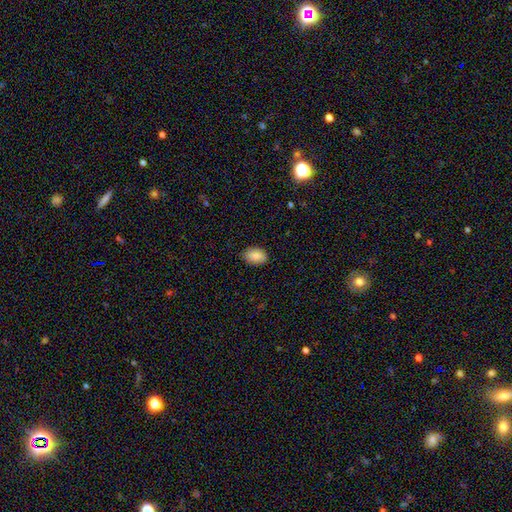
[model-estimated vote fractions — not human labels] Q: Smooth or featured?
A: smooth (88%); runner-up: star or artifact (7%)
Q: How rounded?
A: in between (87%); runner-up: round (12%)
Q: Merging?
A: none (85%); runner-up: minor disturbance (12%)